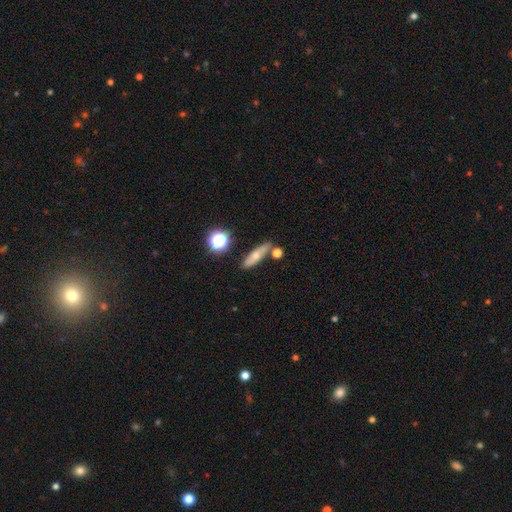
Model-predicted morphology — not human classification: Smooth or featured? smooth (56%)
How rounded? cigar-shaped (57%)
Merging? none (73%)